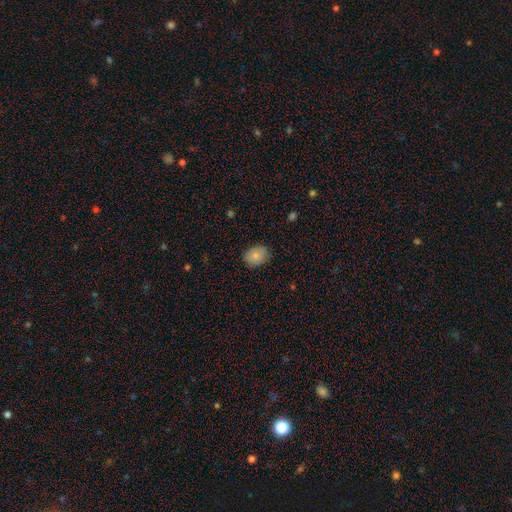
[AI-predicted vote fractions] Morphology: type=smooth (81%); roundness=in between (68%); merging=none (83%).